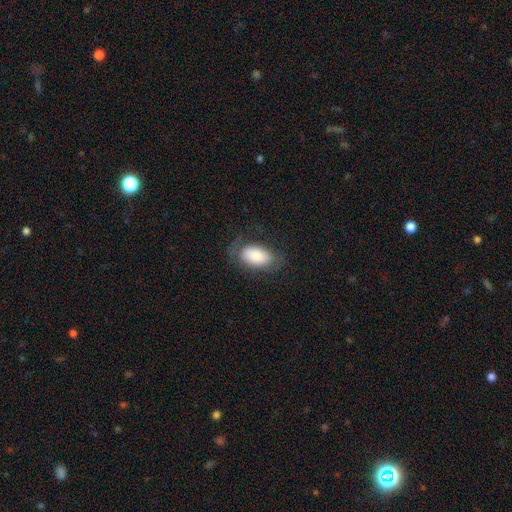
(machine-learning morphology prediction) smooth 79%, featured or disk 14%, star or artifact 7%. Down the decision tree: how rounded — in between (93%); merging — none (67%).